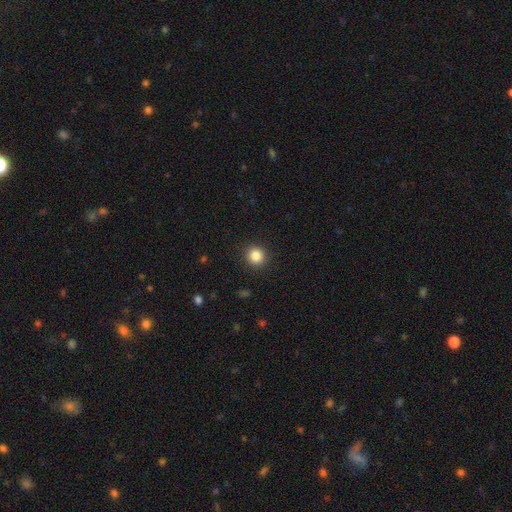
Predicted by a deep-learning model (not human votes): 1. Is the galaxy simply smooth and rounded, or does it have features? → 85% smooth, 11% star or artifact, 4% featured or disk.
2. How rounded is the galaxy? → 92% round, 8% in between, 1% cigar-shaped.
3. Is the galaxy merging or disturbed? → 92% none, 5% minor disturbance, 2% major disturbance, 1% merger.